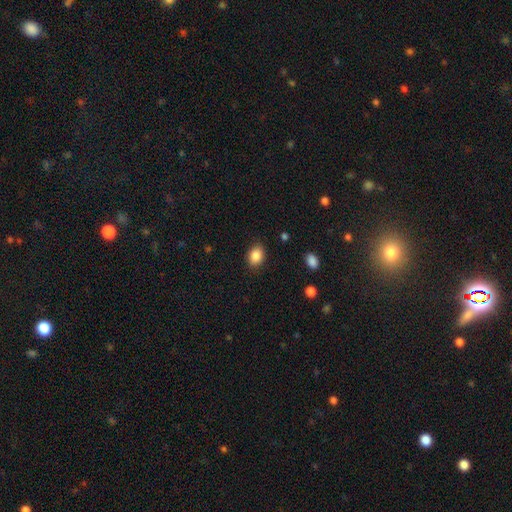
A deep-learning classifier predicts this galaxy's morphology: A smooth galaxy with no disk features (86%) that is in between round and cigar-shaped (68%).

Vote fractions:
- Smooth or featured? smooth: 86% / star or artifact: 9% / featured or disk: 5%
- How rounded? in between: 68% / round: 31% / cigar-shaped: 1%
- Merging? none: 86% / minor disturbance: 10% / major disturbance: 3% / merger: 1%